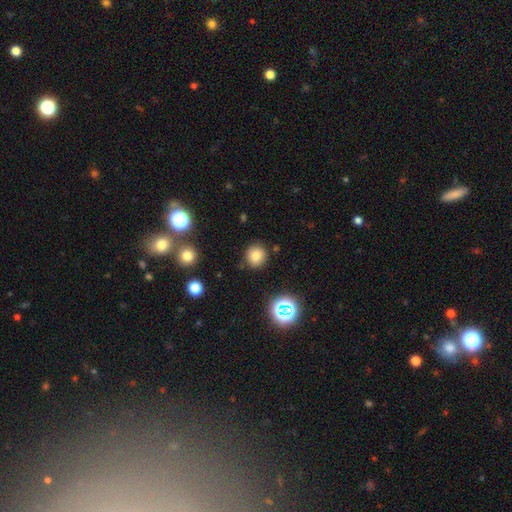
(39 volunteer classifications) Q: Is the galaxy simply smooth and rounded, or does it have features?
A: smooth — 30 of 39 (77%).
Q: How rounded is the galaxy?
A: round — 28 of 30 (93%).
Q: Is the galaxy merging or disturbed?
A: none — 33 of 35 (94%).